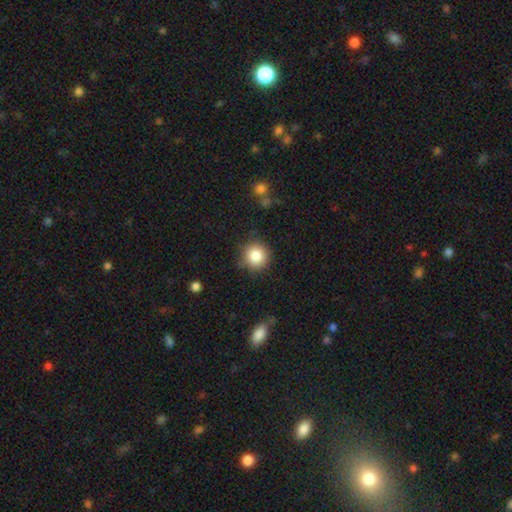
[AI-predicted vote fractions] smooth_or_featured: smooth (p=0.85) [alt: star or artifact p=0.10]
how_rounded: round (p=0.93) [alt: in between p=0.06]
merging: none (p=0.85) [alt: minor disturbance p=0.11]